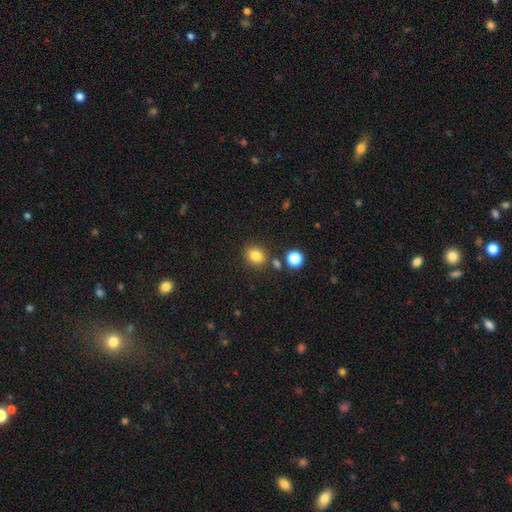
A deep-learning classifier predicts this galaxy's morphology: A smooth galaxy with no disk features (82%) that is round (57%). Merging: none (80%).